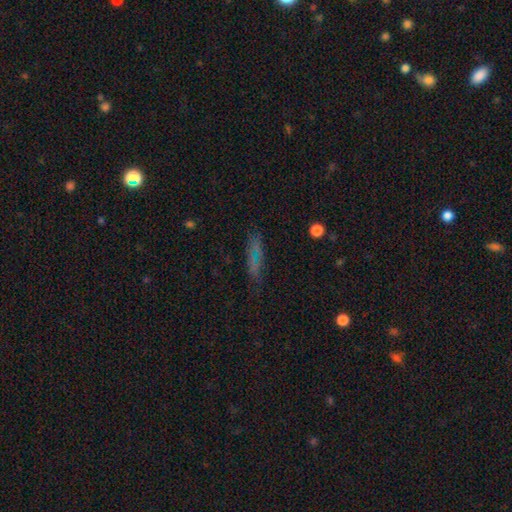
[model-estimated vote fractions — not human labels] Overall: smooth (52%; featured or disk 29%). How rounded: cigar-shaped (63%; in between 33%). Merging: none (70%).